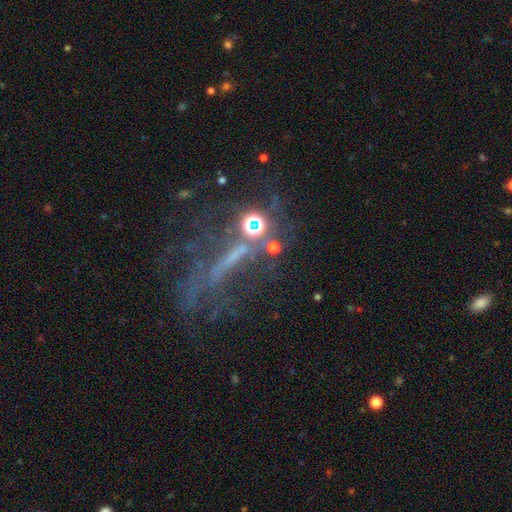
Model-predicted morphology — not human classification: This appears to be a featured or disk galaxy (46%). Merging: none (39%).